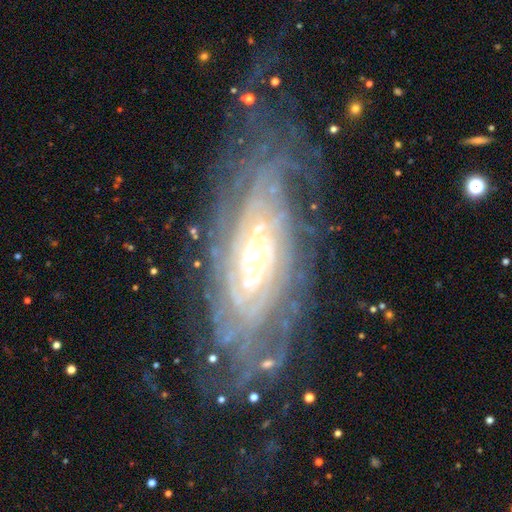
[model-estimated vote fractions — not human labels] Q: Smooth or featured?
A: featured or disk (87%); runner-up: smooth (7%)
Q: Edge-on disk?
A: no (90%); runner-up: yes (10%)
Q: Bar?
A: no (64%); runner-up: weak (25%)
Q: Spiral arms?
A: yes (95%); runner-up: no (5%)
Q: Spiral winding?
A: tight (81%); runner-up: medium (15%)
Q: Spiral arm count?
A: can't tell (42%); runner-up: more than 4 (19%)
Q: Bulge size?
A: small (76%); runner-up: moderate (19%)
Q: Merging?
A: none (73%); runner-up: minor disturbance (16%)